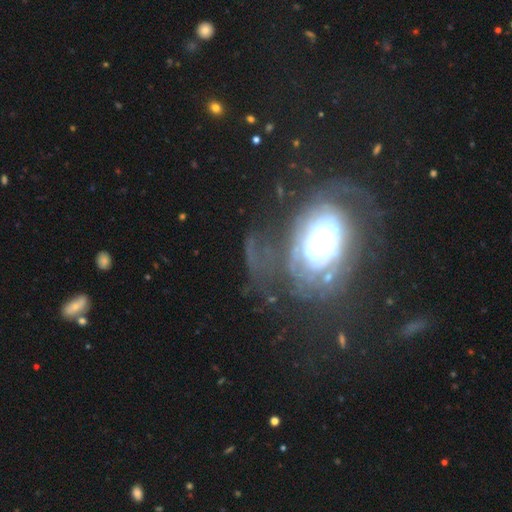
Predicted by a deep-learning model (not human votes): Overall: featured or disk (75%). Edge-on disk: no (94%). Bar: no (80%). Spiral arms: yes (70%). Bulge size: moderate (39%; small 38%). Merging: none (46%; major disturbance 32%).